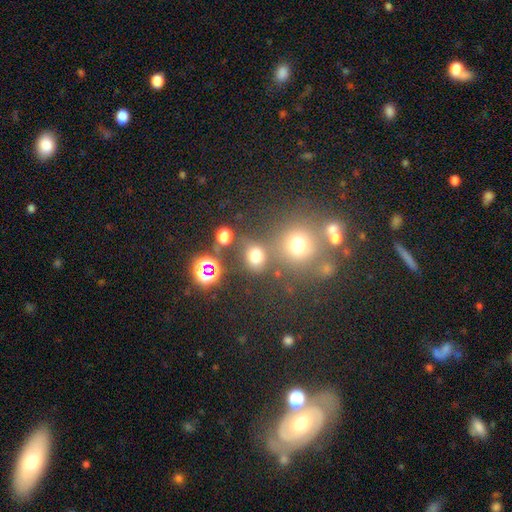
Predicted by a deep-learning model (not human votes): Q: Smooth or featured?
A: smooth (68%); runner-up: star or artifact (24%)
Q: How rounded?
A: round (63%); runner-up: in between (36%)
Q: Merging?
A: none (63%); runner-up: merger (18%)